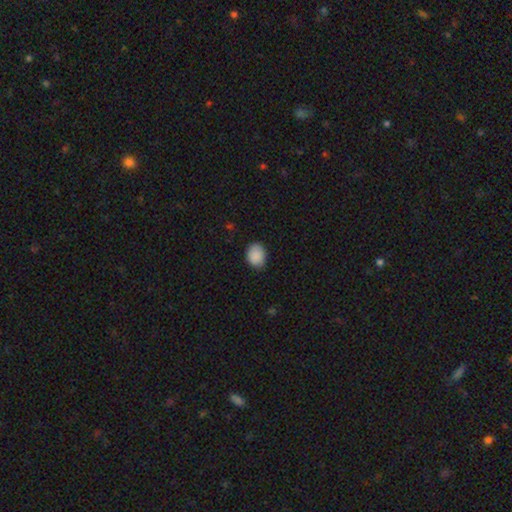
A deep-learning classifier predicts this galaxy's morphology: A smooth galaxy with no disk features (89%) that is in between round and cigar-shaped (58%).

Vote fractions:
- Smooth or featured? smooth: 89% / star or artifact: 7% / featured or disk: 3%
- How rounded? in between: 58% / round: 41% / cigar-shaped: 1%
- Merging? none: 81% / minor disturbance: 16% / major disturbance: 3% / merger: 1%